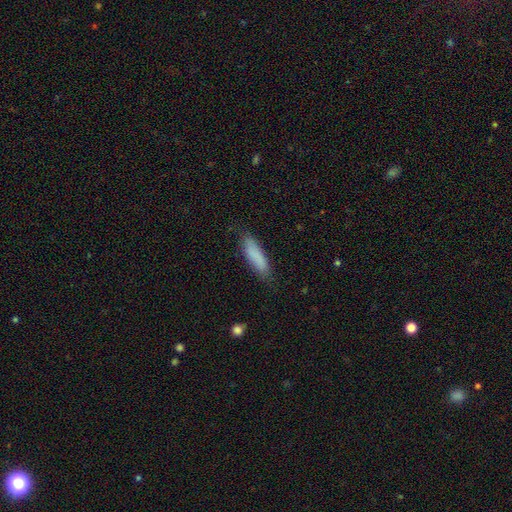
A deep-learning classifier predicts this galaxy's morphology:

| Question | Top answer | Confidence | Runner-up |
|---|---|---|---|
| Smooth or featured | smooth | 85% | featured or disk (8%) |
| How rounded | cigar-shaped | 64% | in between (35%) |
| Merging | none | 81% | minor disturbance (15%) |